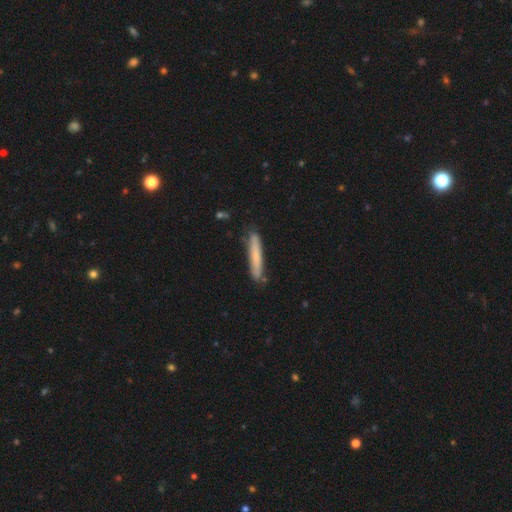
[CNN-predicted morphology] smooth_or_featured: smooth (p=0.66) [alt: featured or disk p=0.28]
how_rounded: cigar-shaped (p=0.95) [alt: in between p=0.04]
merging: none (p=0.82) [alt: minor disturbance p=0.13]